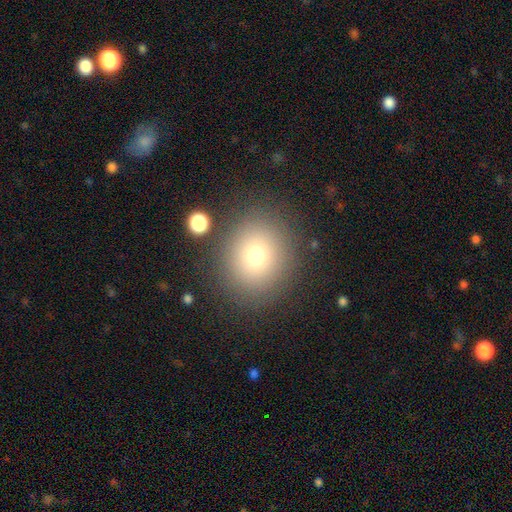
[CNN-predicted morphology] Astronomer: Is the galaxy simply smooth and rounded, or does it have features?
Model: smooth — 73%.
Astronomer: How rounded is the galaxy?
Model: round — 77%.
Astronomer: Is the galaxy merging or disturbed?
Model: none — 84%.